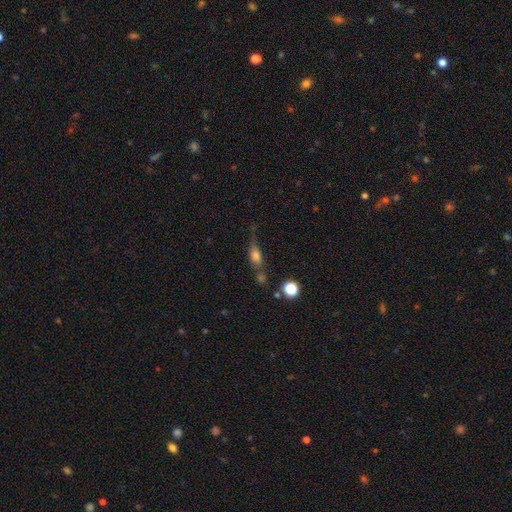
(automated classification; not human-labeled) Smooth or featured: smooth — 63% (featured or disk — 24%)
How rounded: in between — 62% (cigar-shaped — 25%)
Merging: none — 42% (minor disturbance — 23%)